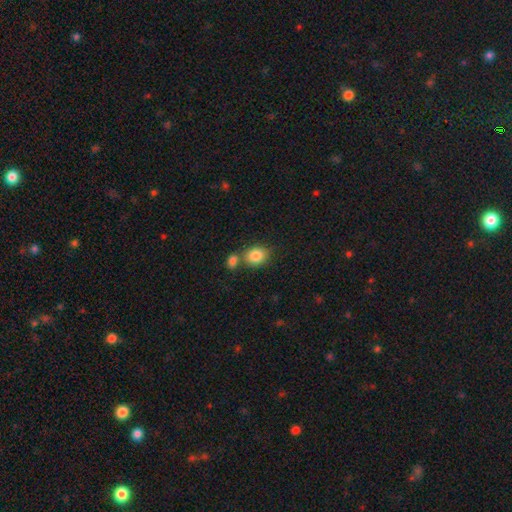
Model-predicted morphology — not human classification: This is clearly a smooth galaxy (84%). How rounded: possibly round (54%). Merging: possibly none (57%).